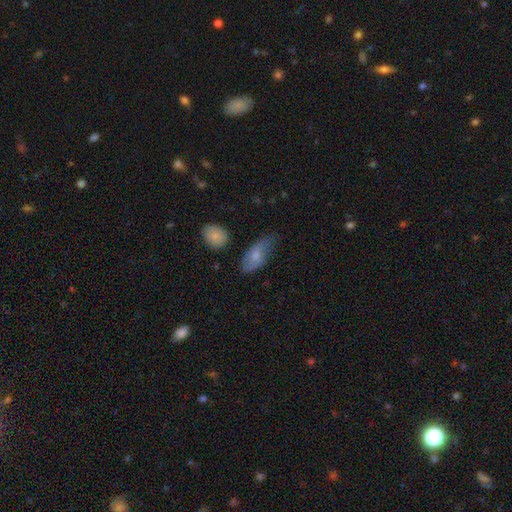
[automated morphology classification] type=smooth (66%); roundness=in between (86%); merging=none (53%).